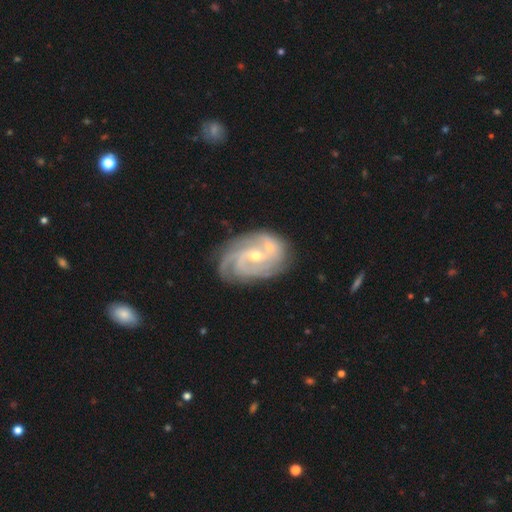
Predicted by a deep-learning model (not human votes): Smooth or featured: featured or disk — 87% (smooth — 7%)
Edge-on disk: no — 97% (yes — 3%)
Bar: no — 46% (weak — 42%)
Spiral arms: yes — 96% (no — 4%)
Spiral winding: tight — 53% (medium — 37%)
Spiral arm count: 3 — 36% (2 — 22%)
Bulge size: small — 55% (moderate — 42%)
Merging: none — 48% (merger — 29%)